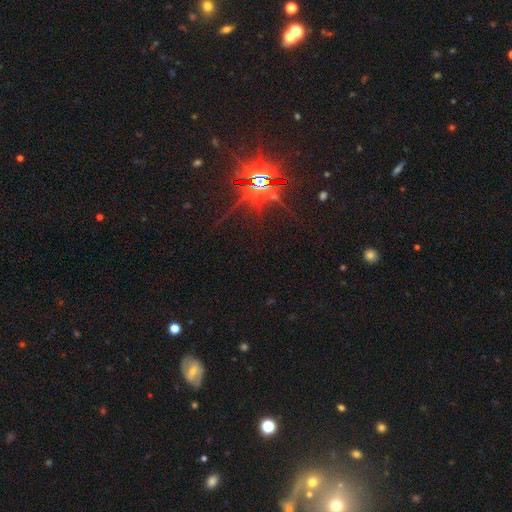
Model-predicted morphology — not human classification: A star or artifact, not a galaxy (79%).

Vote fractions:
- Smooth or featured? star or artifact: 79% / featured or disk: 12% / smooth: 9%